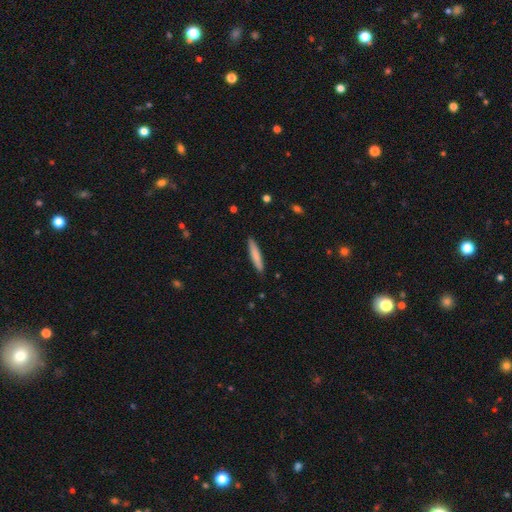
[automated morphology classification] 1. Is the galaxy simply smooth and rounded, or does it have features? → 78% smooth, 17% featured or disk, 5% star or artifact.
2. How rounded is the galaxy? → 92% cigar-shaped, 7% in between, 1% round.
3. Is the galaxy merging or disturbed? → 90% none, 7% minor disturbance, 1% major disturbance, 1% merger.